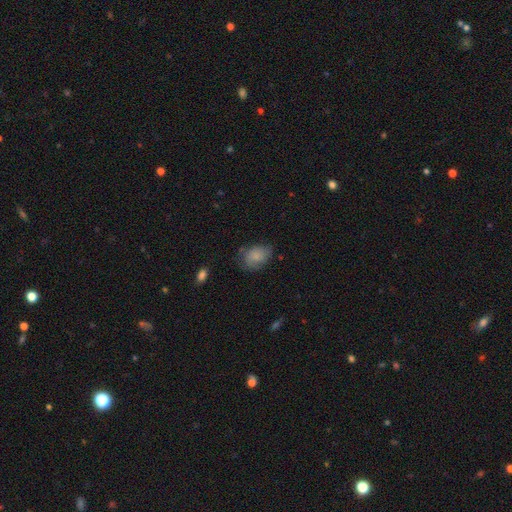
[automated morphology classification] smooth-or-featured: smooth: 74% | featured or disk: 17% | star or artifact: 8%
  how-rounded: in between: 74% | round: 25% | cigar-shaped: 1%
  merging: none: 53% | minor disturbance: 32% | major disturbance: 13% | merger: 2%